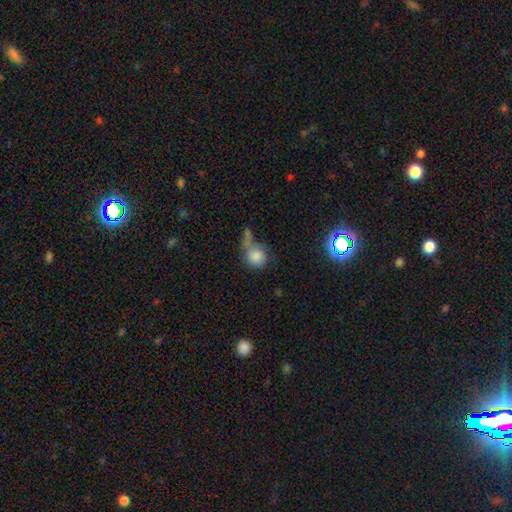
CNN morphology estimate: Overall: smooth (77%). How rounded: round (78%). Merging: none (32%; merger 30%).